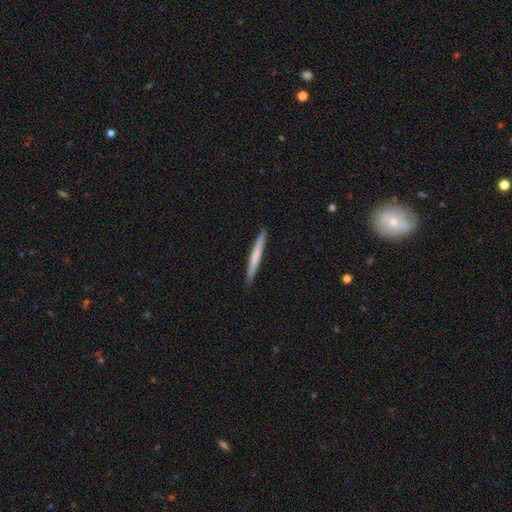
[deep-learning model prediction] smooth 62%, featured or disk 33%, star or artifact 5%. Down the decision tree: how rounded — cigar-shaped (97%); merging — none (91%).